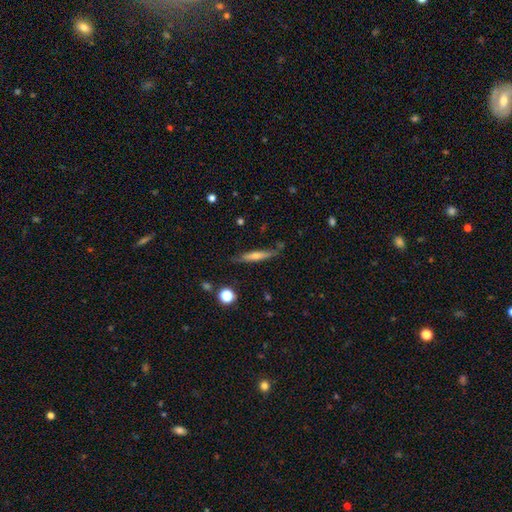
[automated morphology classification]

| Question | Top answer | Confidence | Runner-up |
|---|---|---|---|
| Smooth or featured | featured or disk | 48% | smooth (44%) |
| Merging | none | 78% | minor disturbance (16%) |